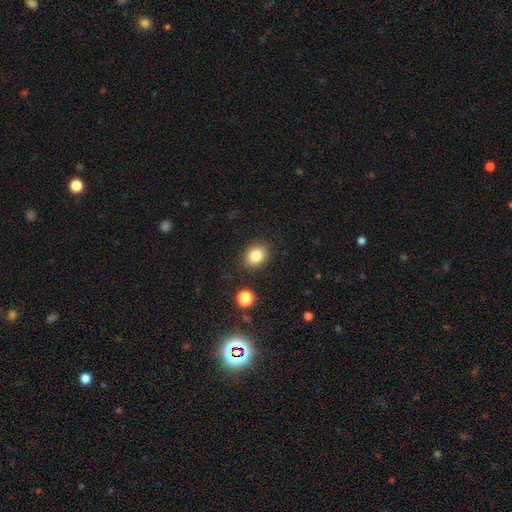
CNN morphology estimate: Smooth or featured?
  - smooth: 84% *
  - star or artifact: 10%
  - featured or disk: 6%
How rounded?
  - in between: 52% *
  - round: 47%
  - cigar-shaped: 1%
Merging?
  - none: 87% *
  - minor disturbance: 8%
  - major disturbance: 2%
  - merger: 2%